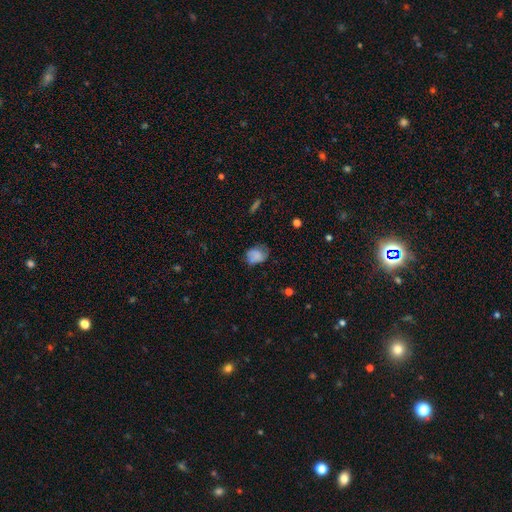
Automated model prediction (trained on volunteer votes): This appears to be a smooth galaxy with no disk features (71%) that is in between round and cigar-shaped (61%). Merging: none (50%).